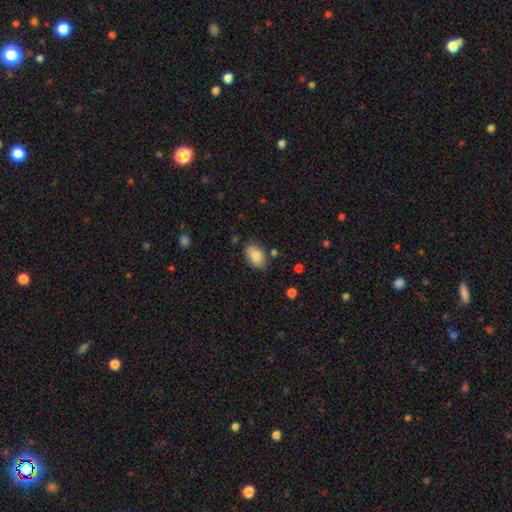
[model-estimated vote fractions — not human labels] Smooth or featured?
  - smooth: 84% *
  - featured or disk: 9%
  - star or artifact: 7%
How rounded?
  - in between: 91% *
  - round: 7%
  - cigar-shaped: 2%
Merging?
  - none: 76% *
  - minor disturbance: 17%
  - major disturbance: 4%
  - merger: 3%